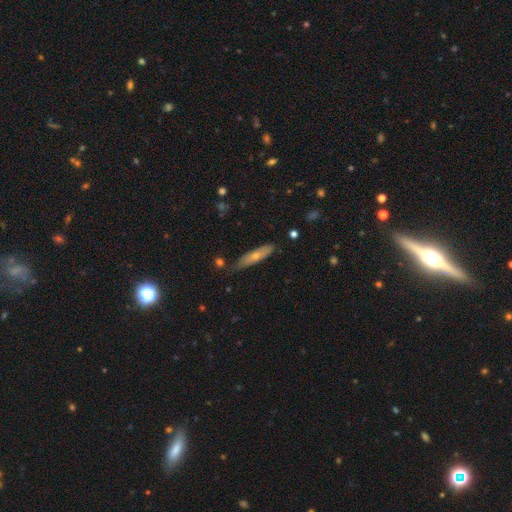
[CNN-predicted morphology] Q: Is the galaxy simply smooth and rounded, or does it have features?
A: smooth — 49%.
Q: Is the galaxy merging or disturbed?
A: none — 76%.